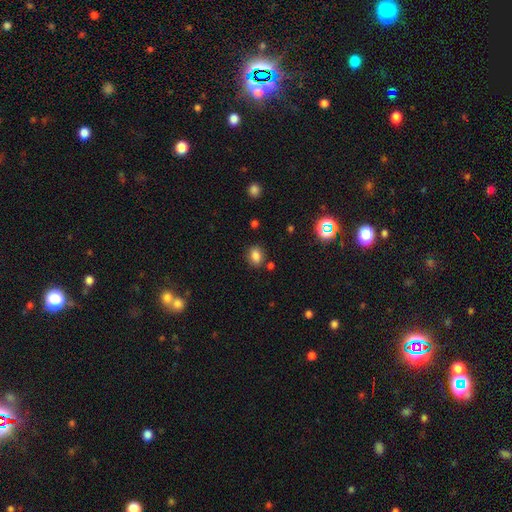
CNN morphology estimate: smooth_or_featured: smooth (p=0.80) [alt: star or artifact p=0.14]
how_rounded: in between (p=0.68) [alt: round p=0.31]
merging: none (p=0.79) [alt: minor disturbance p=0.12]